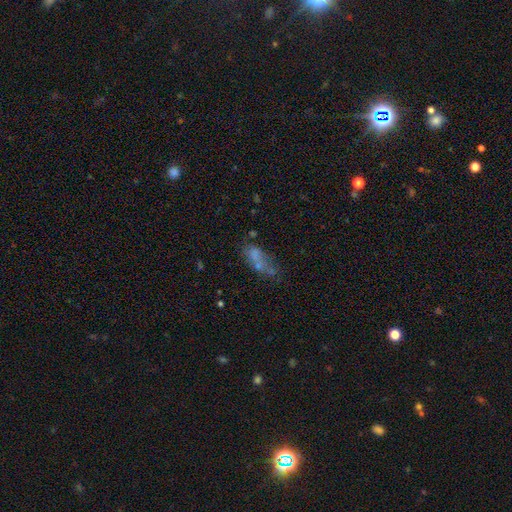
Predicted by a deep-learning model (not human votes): Smooth or featured? smooth (55%)
How rounded? in between (75%)
Merging? none (32%)